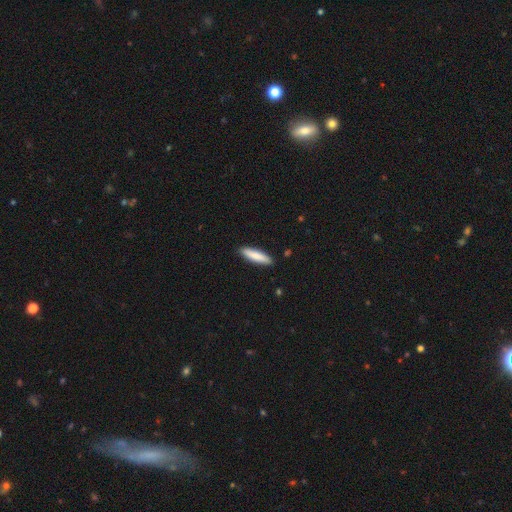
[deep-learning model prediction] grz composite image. It shows a smooth galaxy with no disk features (83%) that is cigar-shaped (78%). Merging: none (90%).